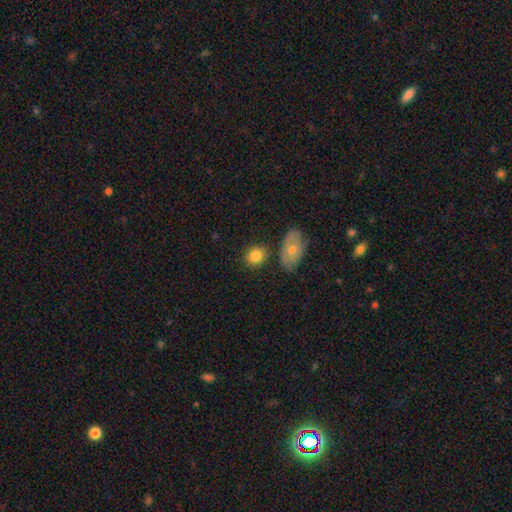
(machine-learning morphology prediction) Q: Smooth or featured?
A: smooth (82%); runner-up: featured or disk (10%)
Q: How rounded?
A: round (65%); runner-up: in between (34%)
Q: Merging?
A: none (76%); runner-up: minor disturbance (11%)